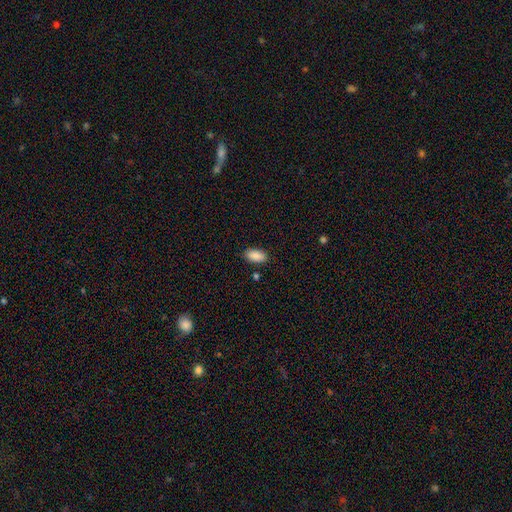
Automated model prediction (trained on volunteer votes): Overall: smooth (89%). How rounded: in between (93%). Merging: none (87%).